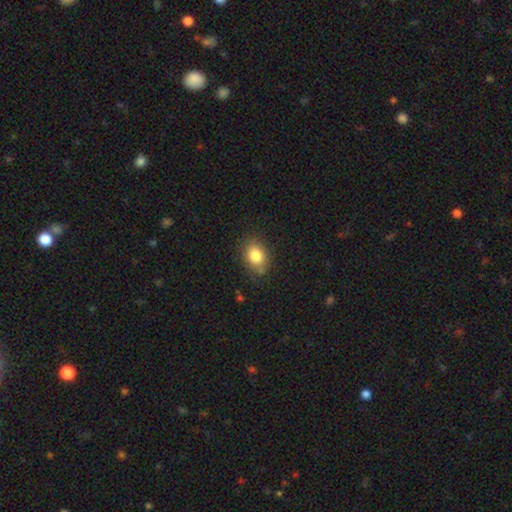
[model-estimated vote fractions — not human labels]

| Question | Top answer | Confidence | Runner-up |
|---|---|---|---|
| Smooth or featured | smooth | 83% | star or artifact (9%) |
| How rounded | in between | 62% | round (37%) |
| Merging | none | 77% | minor disturbance (16%) |